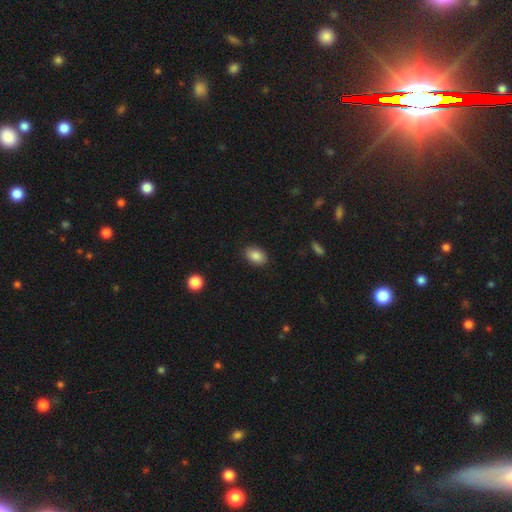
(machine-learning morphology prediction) A smooth galaxy with no disk features (86%) that is in between round and cigar-shaped (86%). Merging: none (88%).